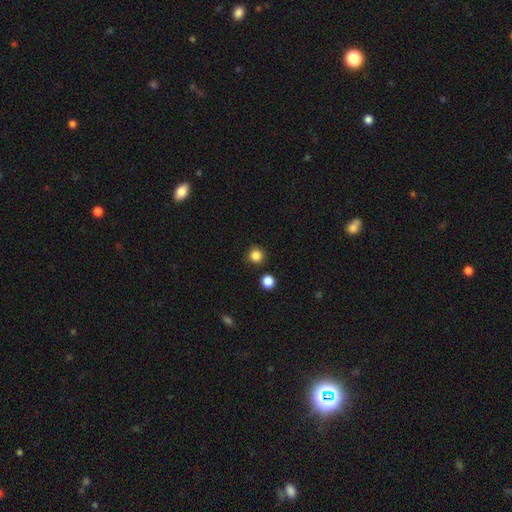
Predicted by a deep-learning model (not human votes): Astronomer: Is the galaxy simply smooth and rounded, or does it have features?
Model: smooth — 85%.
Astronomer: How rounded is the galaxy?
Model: round — 94%.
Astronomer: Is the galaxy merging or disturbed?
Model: none — 88%.